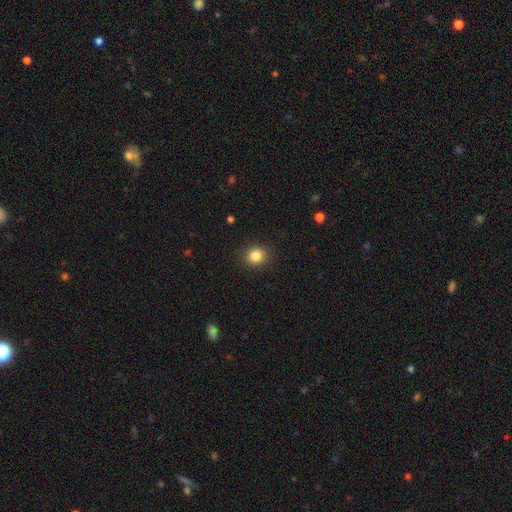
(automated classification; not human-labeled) A smooth galaxy with no disk features (84%) that is round (81%). Merging: none (90%).